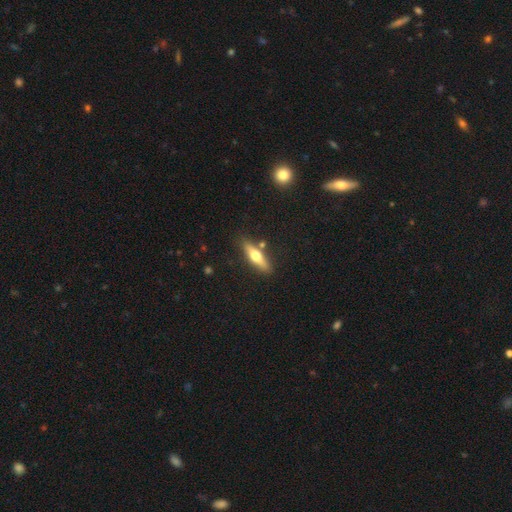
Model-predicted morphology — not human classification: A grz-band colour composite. It shows a featured or disk galaxy (48%). Merging: none (82%).